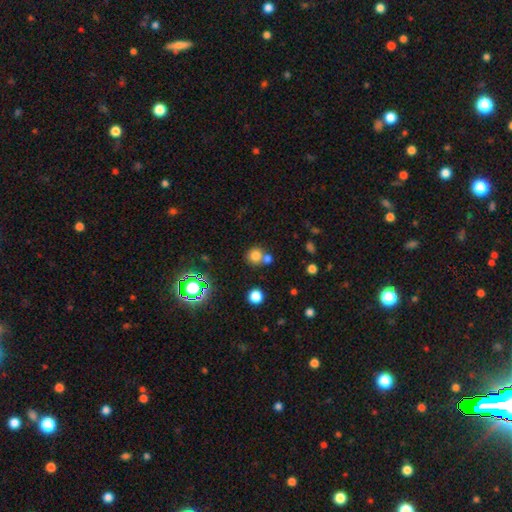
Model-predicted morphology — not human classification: A smooth galaxy with no disk features (74%) that is round (87%).

Vote fractions:
- Smooth or featured? smooth: 74% / star or artifact: 17% / featured or disk: 9%
- How rounded? round: 87% / in between: 12% / cigar-shaped: 1%
- Merging? none: 56% / merger: 34% / minor disturbance: 7% / major disturbance: 3%